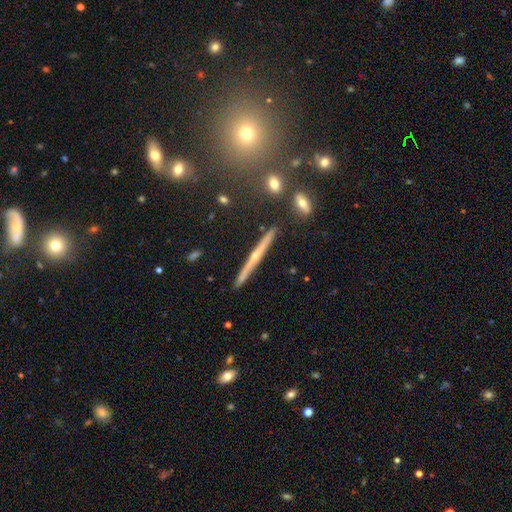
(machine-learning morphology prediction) This appears to be a featured or disk galaxy (74%) viewed edge-on (98%) with a rounded central bulge (69%). Merging: none (90%).